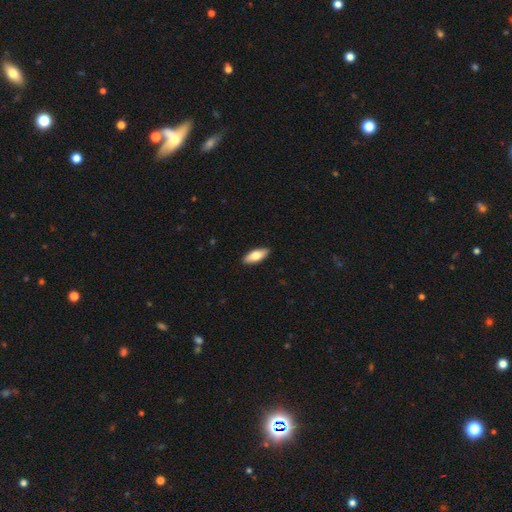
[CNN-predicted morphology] This is likely a smooth galaxy (73%). How rounded: likely in between (76%). Merging: clearly none (90%).